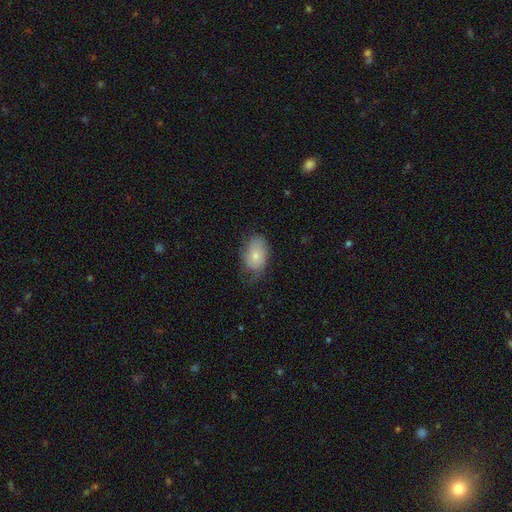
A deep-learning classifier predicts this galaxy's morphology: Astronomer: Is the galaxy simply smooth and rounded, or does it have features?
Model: smooth — 68%.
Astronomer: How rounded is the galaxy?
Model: in between — 86%.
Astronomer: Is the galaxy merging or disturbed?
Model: none — 53% (runner-up: minor disturbance, 32%).